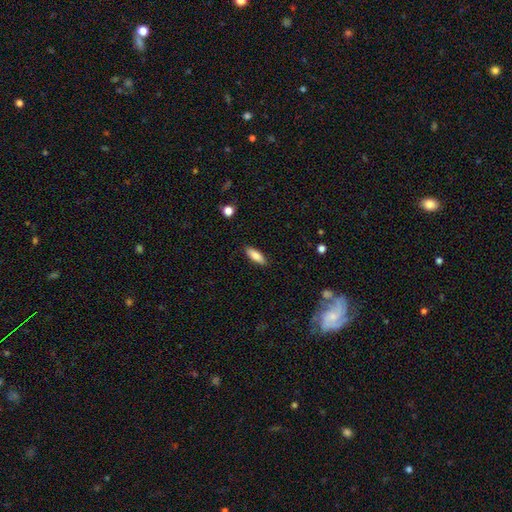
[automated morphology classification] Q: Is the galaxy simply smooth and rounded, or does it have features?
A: smooth — 84%.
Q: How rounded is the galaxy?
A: in between — 63%.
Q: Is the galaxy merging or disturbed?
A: none — 88%.